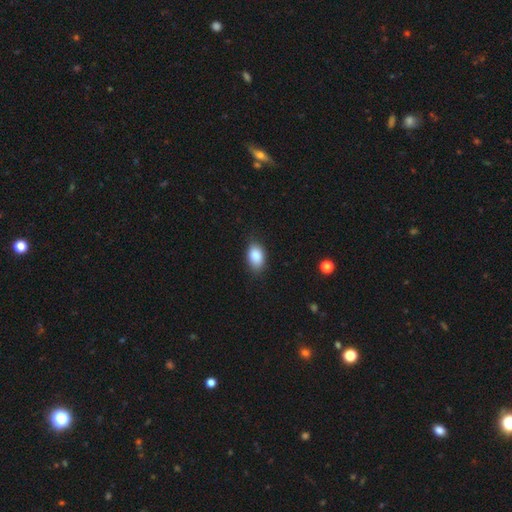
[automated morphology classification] The model was most divided on "merging": none: 82%, minor disturbance: 15%, major disturbance: 3%, merger: 1%. More confident: how rounded — in between (90%); smooth or featured — smooth (87%).